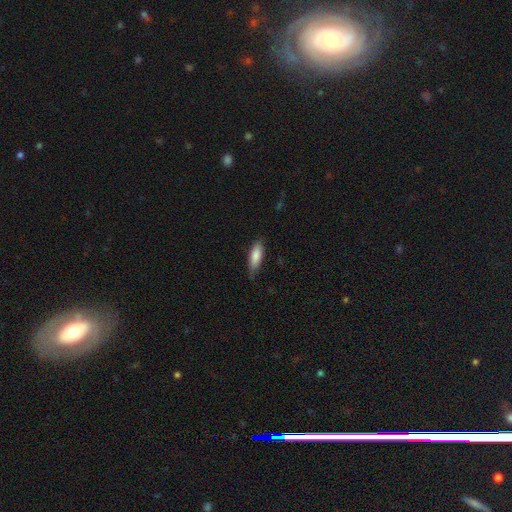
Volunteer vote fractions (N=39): Smooth or featured?
  - smooth: 92% *
  - star or artifact: 5%
  - featured or disk: 3%
How rounded?
  - cigar-shaped: 58% *
  - in between: 42%
  - round: 0%
Merging?
  - none: 76% *
  - minor disturbance: 24%
  - major disturbance: 0%
  - merger: 0%